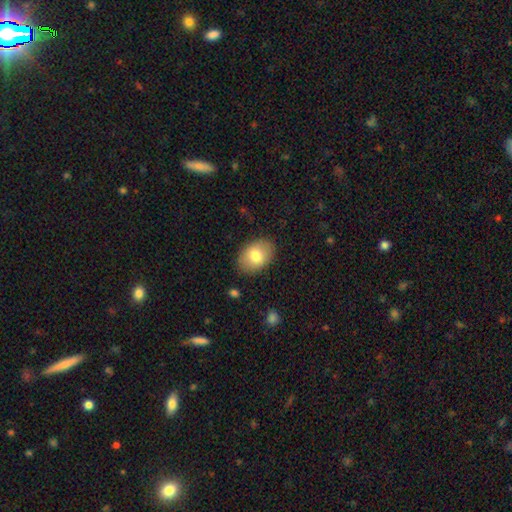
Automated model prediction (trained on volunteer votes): Smooth or featured? Predicted: smooth (p=0.79). How rounded? Predicted: in between (p=0.81). Merging? Predicted: none (p=0.87).